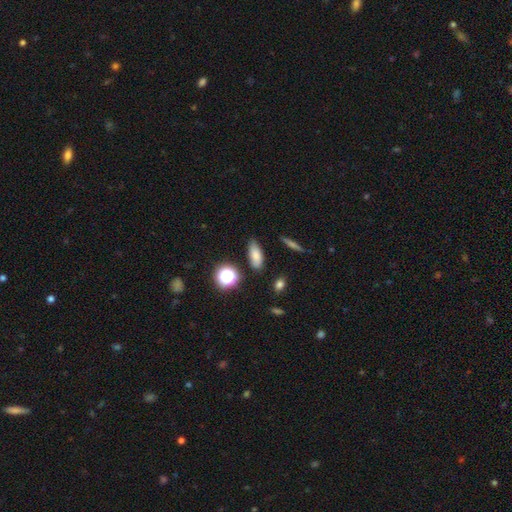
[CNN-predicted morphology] Smooth or featured? Predicted: smooth (p=0.77). How rounded? Predicted: in between (p=0.76). Merging? Predicted: none (p=0.79).